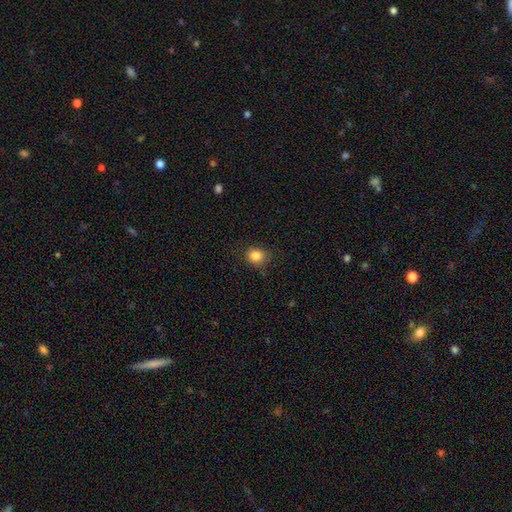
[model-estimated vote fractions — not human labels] Smooth or featured?
  - smooth: 84% *
  - star or artifact: 11%
  - featured or disk: 5%
How rounded?
  - round: 75% *
  - in between: 24%
  - cigar-shaped: 1%
Merging?
  - none: 84% *
  - minor disturbance: 12%
  - major disturbance: 3%
  - merger: 1%